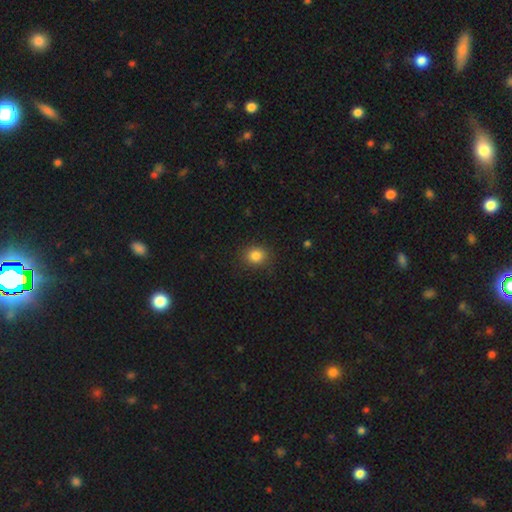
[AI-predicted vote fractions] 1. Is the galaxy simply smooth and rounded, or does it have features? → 85% smooth, 11% star or artifact, 4% featured or disk.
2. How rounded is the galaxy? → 71% round, 28% in between, 1% cigar-shaped.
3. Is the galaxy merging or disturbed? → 86% none, 10% minor disturbance, 3% major disturbance, 1% merger.